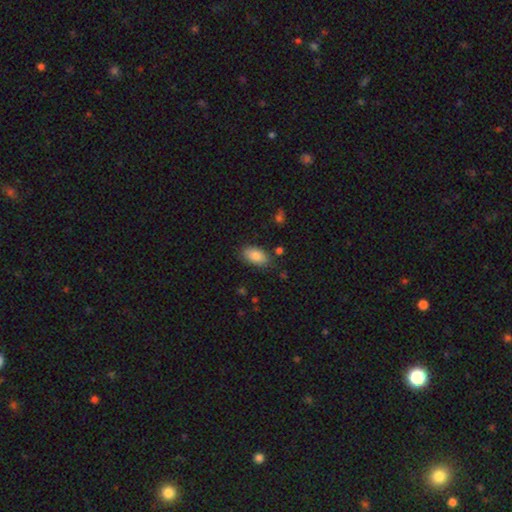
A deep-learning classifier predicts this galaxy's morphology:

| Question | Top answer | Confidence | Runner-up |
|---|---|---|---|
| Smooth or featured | smooth | 86% | featured or disk (7%) |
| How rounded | in between | 93% | round (4%) |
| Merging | none | 82% | minor disturbance (13%) |